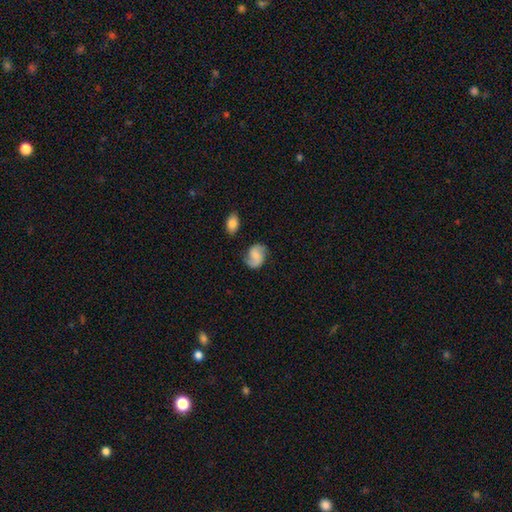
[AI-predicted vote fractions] Smooth or featured: featured or disk — 59% (smooth — 33%)
Edge-on disk: no — 98% (yes — 2%)
Bar: no — 54% (weak — 37%)
Spiral arms: yes — 94% (no — 6%)
Spiral winding: medium — 46% (loose — 37%)
Spiral arm count: 2 — 89% (can't tell — 4%)
Bulge size: none — 41% (small — 26%)
Merging: none — 75% (minor disturbance — 17%)